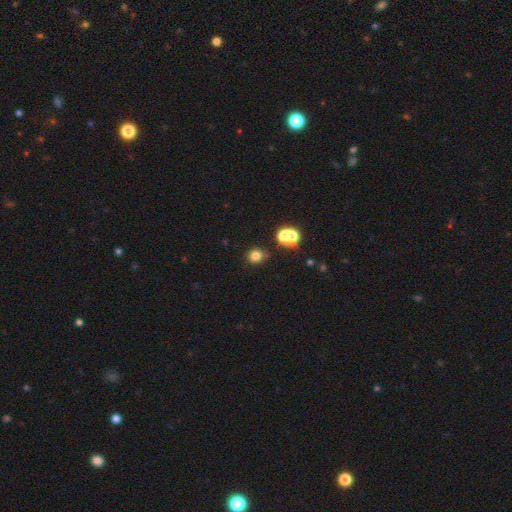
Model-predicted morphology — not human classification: Smooth or featured? smooth (77%)
How rounded? round (85%)
Merging? none (77%)